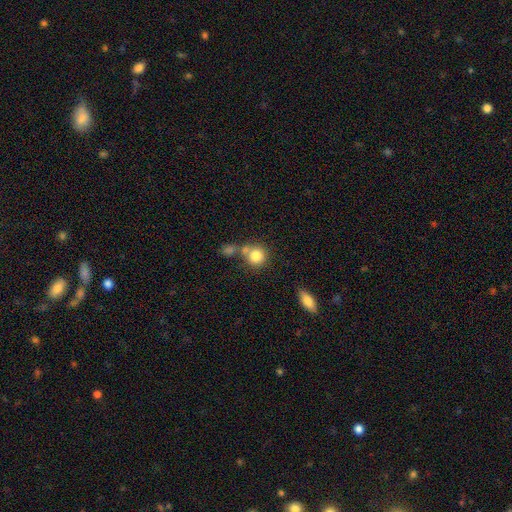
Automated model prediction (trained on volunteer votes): Smooth or featured? Predicted: smooth (p=0.82). How rounded? Predicted: round (p=0.84). Merging? Predicted: none (p=0.49).